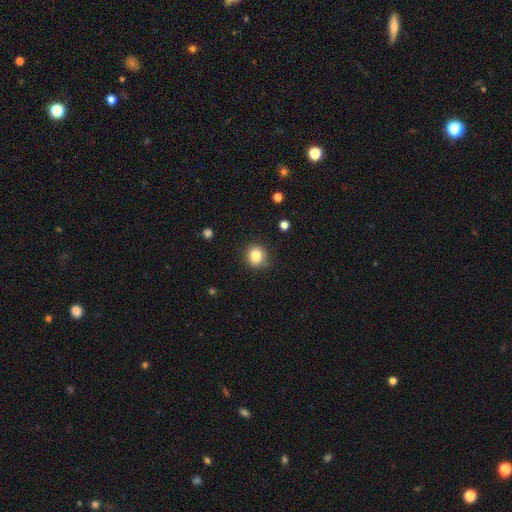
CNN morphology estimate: A smooth galaxy with no disk features (83%) that is round (90%). Merging: none (86%).